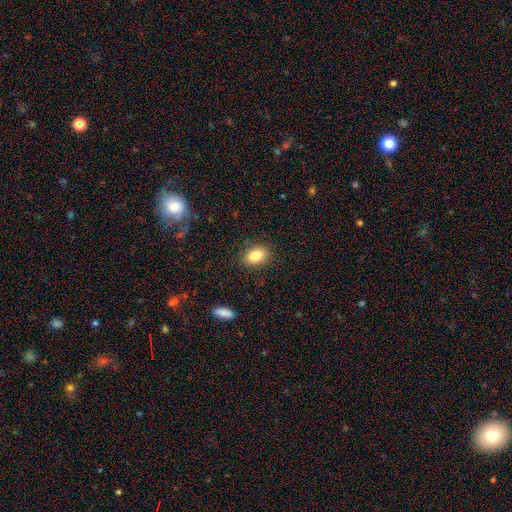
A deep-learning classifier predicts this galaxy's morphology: Smooth or featured? smooth (84%)
How rounded? in between (80%)
Merging? none (86%)